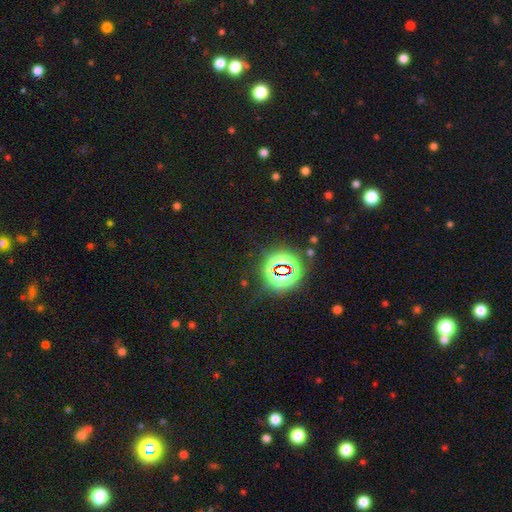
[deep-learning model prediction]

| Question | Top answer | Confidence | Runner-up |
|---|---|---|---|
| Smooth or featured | star or artifact | 81% | smooth (12%) |